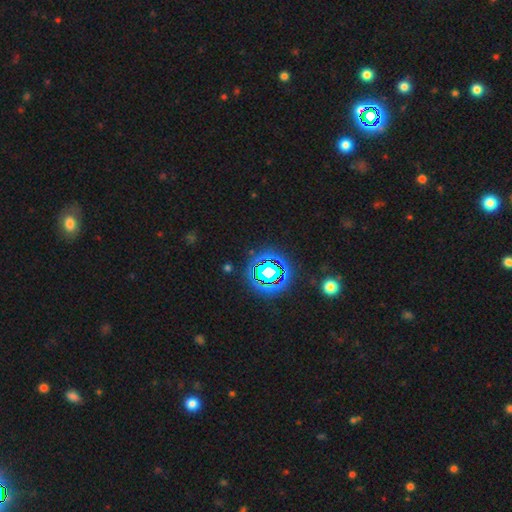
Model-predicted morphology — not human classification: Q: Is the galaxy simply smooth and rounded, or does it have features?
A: star or artifact — 78%.